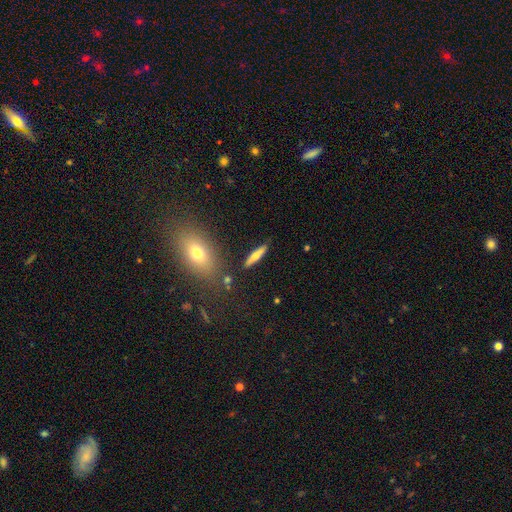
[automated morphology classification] The model was most divided on "smooth or featured": smooth: 60%, featured or disk: 33%, star or artifact: 7%. More confident: merging — none (85%); how rounded — cigar-shaped (81%).